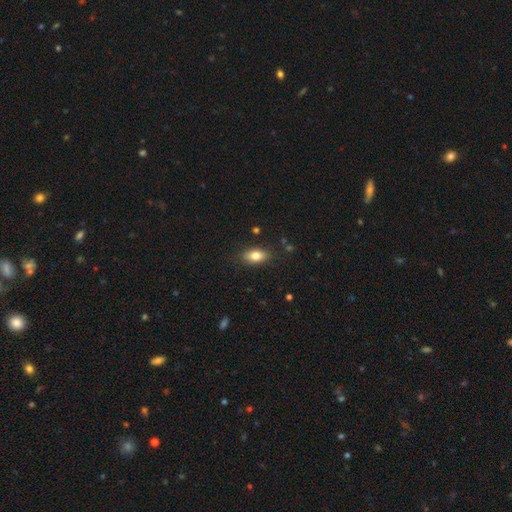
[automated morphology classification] Smooth or featured? smooth (80%)
How rounded? in between (88%)
Merging? none (85%)